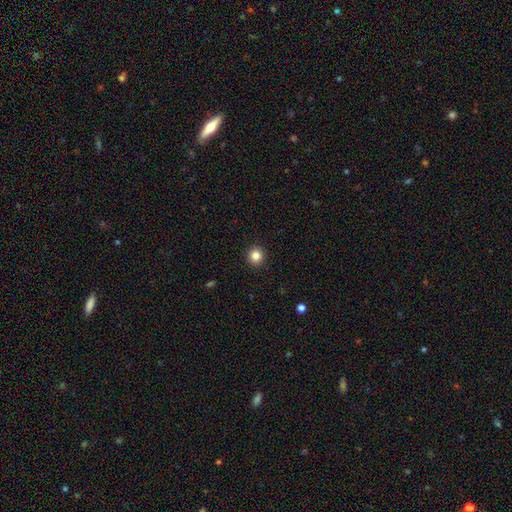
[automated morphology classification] Smooth or featured: smooth — 83% (star or artifact — 12%)
How rounded: round — 92% (in between — 7%)
Merging: none — 93% (minor disturbance — 5%)